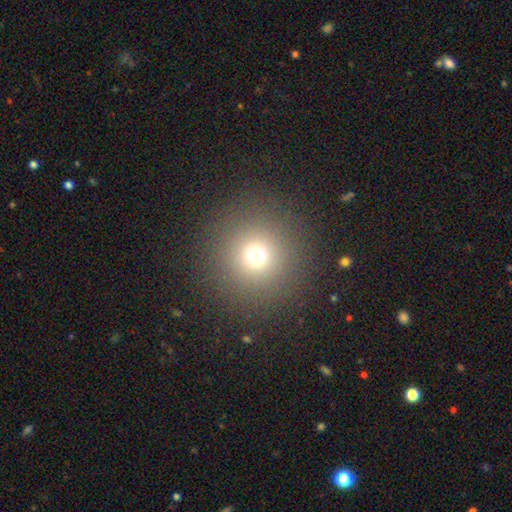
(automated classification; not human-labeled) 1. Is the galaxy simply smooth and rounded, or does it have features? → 69% smooth, 22% star or artifact, 9% featured or disk.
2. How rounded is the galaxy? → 95% round, 4% in between, 1% cigar-shaped.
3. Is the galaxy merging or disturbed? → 89% none, 6% minor disturbance, 4% major disturbance, 1% merger.